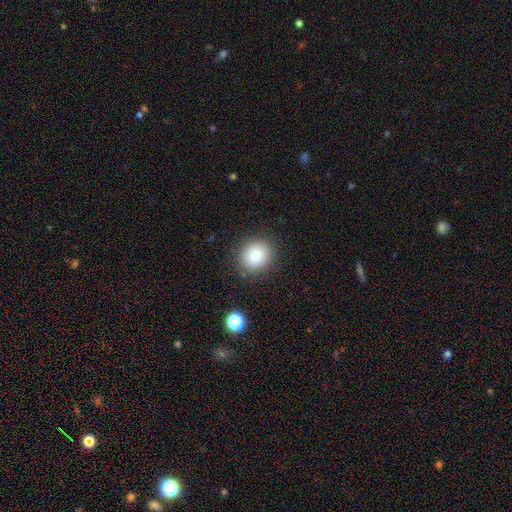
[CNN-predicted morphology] Smooth or featured? smooth (77%)
How rounded? round (83%)
Merging? none (87%)